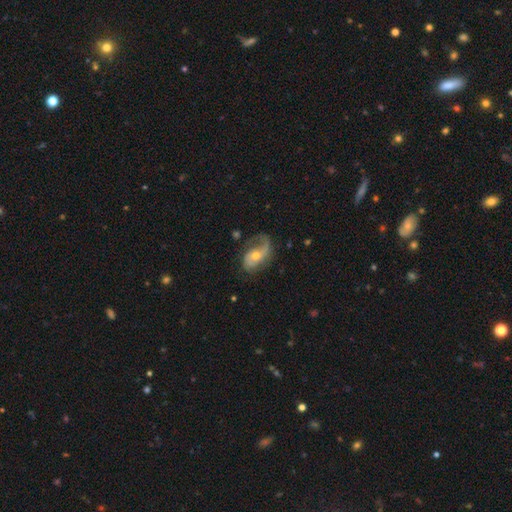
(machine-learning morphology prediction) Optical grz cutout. It shows a featured or disk galaxy (77%) with no bar (57%), 2 (60%) loose (48%) spiral arms (91%) and a moderate central bulge (61%). Merging: none (52%).